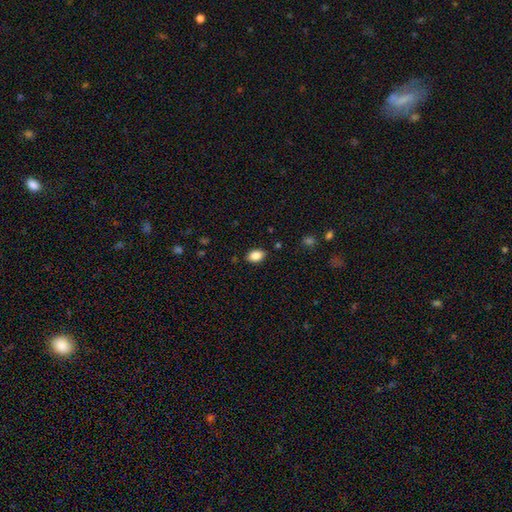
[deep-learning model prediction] Morphology: type=smooth (86%); roundness=in between (86%); merging=none (86%).